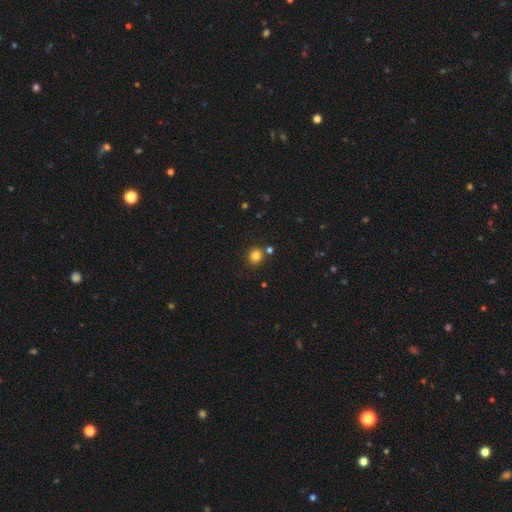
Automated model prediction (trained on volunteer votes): The model was most divided on "smooth or featured": smooth: 81%, star or artifact: 13%, featured or disk: 5%. More confident: how rounded — round (89%); merging — none (82%).